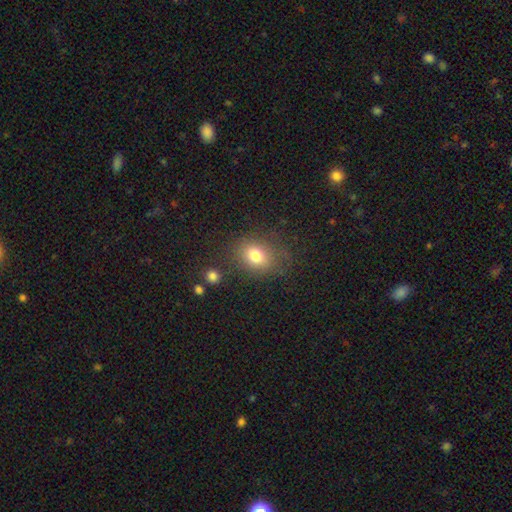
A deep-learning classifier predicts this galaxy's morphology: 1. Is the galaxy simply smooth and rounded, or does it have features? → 78% smooth, 12% star or artifact, 10% featured or disk.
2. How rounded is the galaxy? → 54% in between, 45% round, 1% cigar-shaped.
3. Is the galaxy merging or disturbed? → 74% none, 16% minor disturbance, 7% major disturbance, 3% merger.